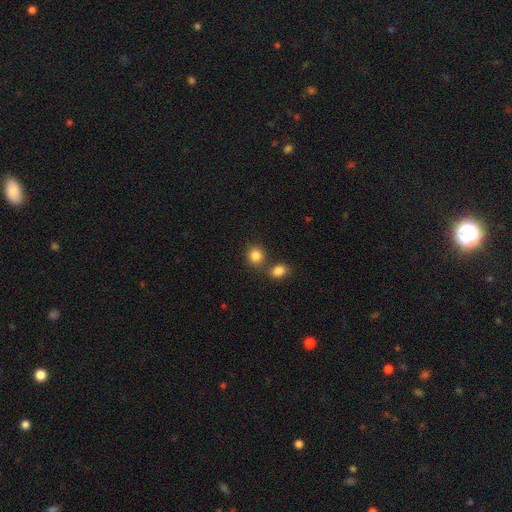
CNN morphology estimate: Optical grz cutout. It shows a smooth galaxy with no disk features (84%) that is round (80%). Merging: none (65%).